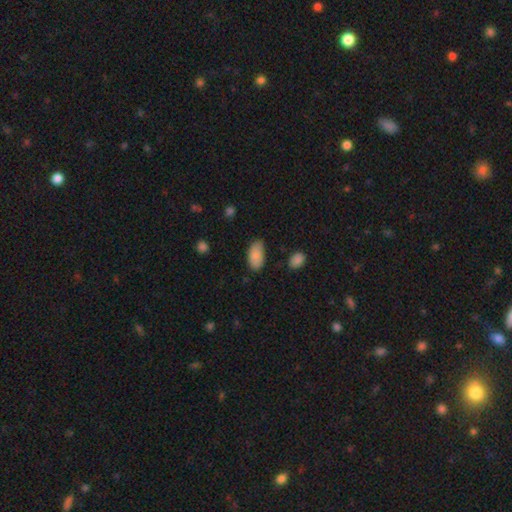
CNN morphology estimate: Q: Smooth or featured?
A: smooth (87%); runner-up: star or artifact (7%)
Q: How rounded?
A: in between (95%); runner-up: cigar-shaped (3%)
Q: Merging?
A: none (74%); runner-up: minor disturbance (20%)